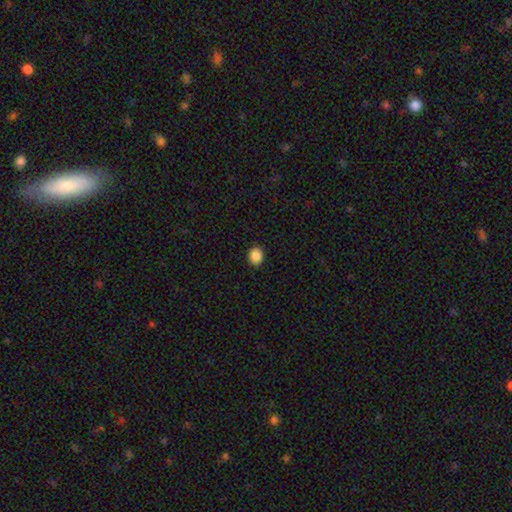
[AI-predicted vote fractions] Smooth or featured: smooth — 88% (star or artifact — 9%)
How rounded: round — 66% (in between — 34%)
Merging: none — 92% (minor disturbance — 6%)